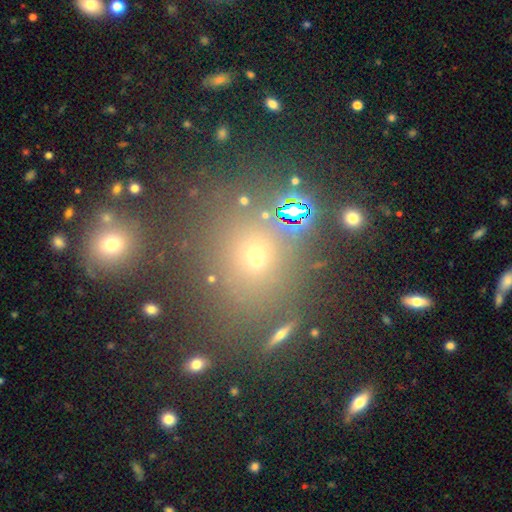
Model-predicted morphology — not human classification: A smooth galaxy with no disk features (52%) that is round (63%). Merging: none (71%).